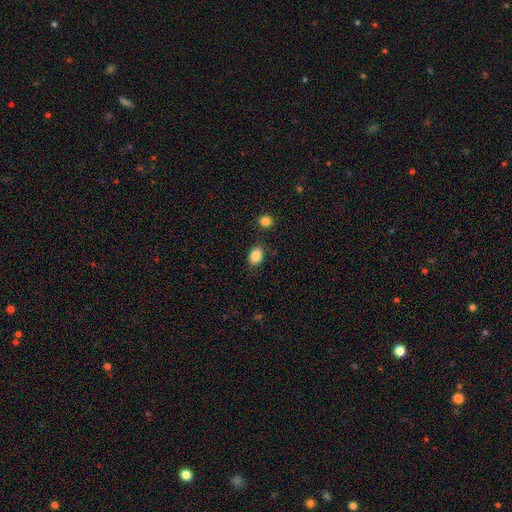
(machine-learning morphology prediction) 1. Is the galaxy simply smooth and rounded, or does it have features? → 86% smooth, 9% star or artifact, 5% featured or disk.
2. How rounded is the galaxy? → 73% in between, 26% round, 1% cigar-shaped.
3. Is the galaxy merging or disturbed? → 82% none, 11% minor disturbance, 4% merger, 3% major disturbance.